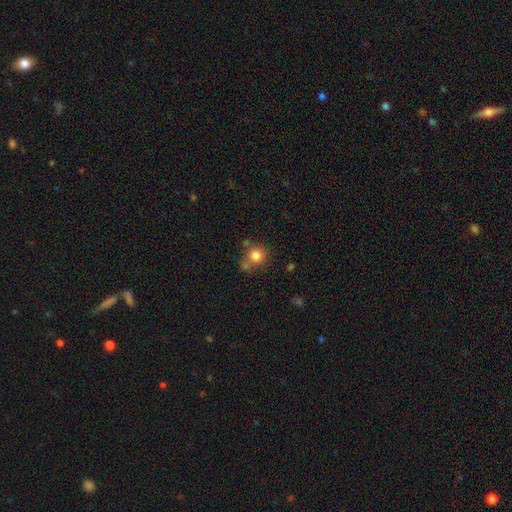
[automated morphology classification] Q: Smooth or featured?
A: smooth (81%); runner-up: star or artifact (11%)
Q: How rounded?
A: round (86%); runner-up: in between (13%)
Q: Merging?
A: none (58%); runner-up: merger (20%)